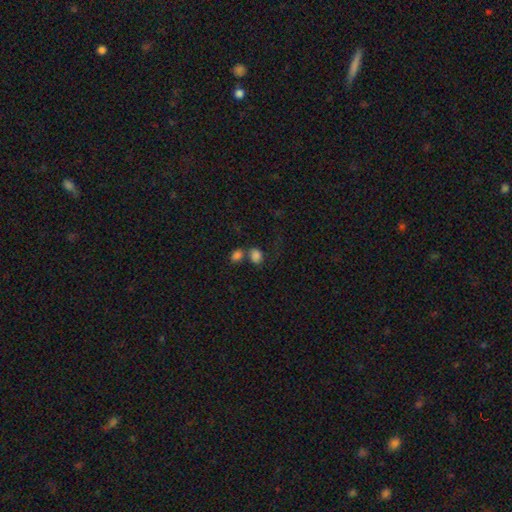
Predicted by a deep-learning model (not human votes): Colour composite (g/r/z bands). It shows a smooth galaxy with no disk features (82%) that is in between round and cigar-shaped (62%). Merging: merger (43%).